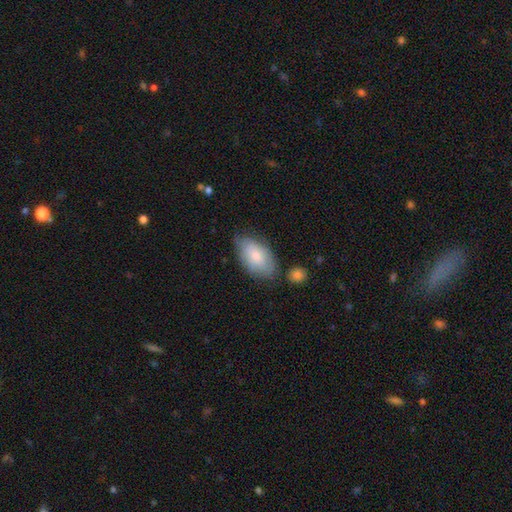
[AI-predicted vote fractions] Smooth or featured? smooth (71%)
How rounded? in between (93%)
Merging? none (66%)